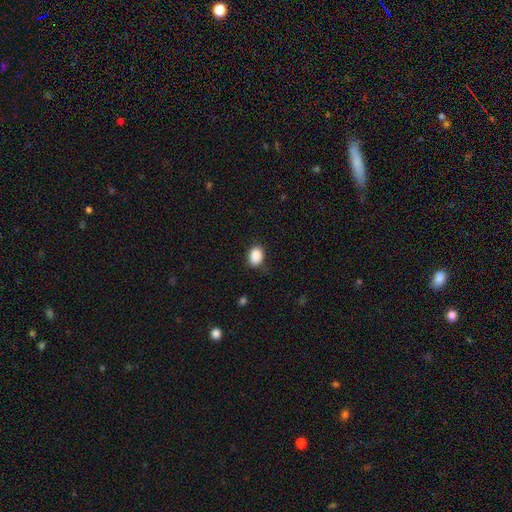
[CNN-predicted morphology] smooth 89%, star or artifact 8%, featured or disk 3%. Down the decision tree: how rounded — in between (74%); merging — none (81%).